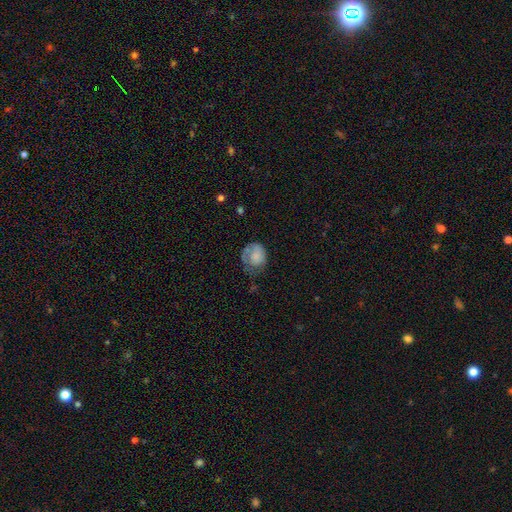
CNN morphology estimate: type=smooth (69%); roundness=round (60%); merging=none (39%).